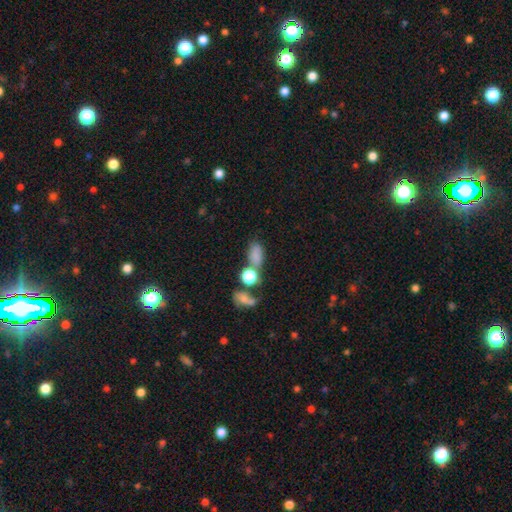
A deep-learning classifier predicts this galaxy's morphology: This appears to be a smooth galaxy with no disk features (77%) that is in between round and cigar-shaped (77%). Merging: none (44%).